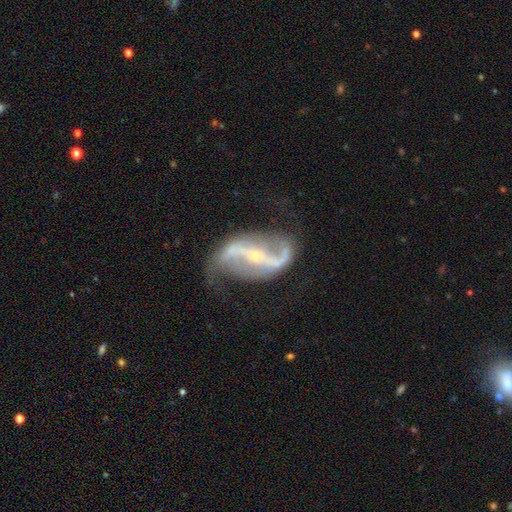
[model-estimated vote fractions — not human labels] smooth_or_featured: featured or disk (p=0.91) [alt: star or artifact p=0.05]
disk_edge_on: no (p=0.95) [alt: yes p=0.05]
bar: strong (p=0.69) [alt: weak p=0.19]
has_spiral_arms: yes (p=0.95) [alt: no p=0.05]
spiral_winding: loose (p=0.73) [alt: medium p=0.20]
spiral_arm_count: 2 (p=0.93) [alt: can't tell p=0.02]
bulge_size: small (p=0.76) [alt: moderate p=0.20]
merging: none (p=0.66) [alt: minor disturbance p=0.19]